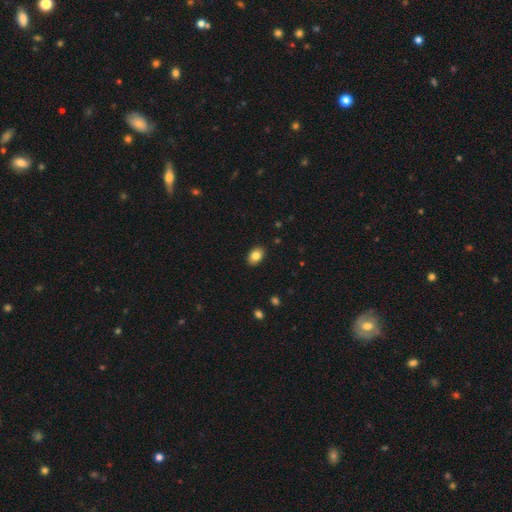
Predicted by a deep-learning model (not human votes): smooth-or-featured: smooth: 83% | featured or disk: 9% | star or artifact: 8%
  how-rounded: in between: 85% | round: 14% | cigar-shaped: 1%
  merging: none: 89% | minor disturbance: 8% | major disturbance: 2% | merger: 1%